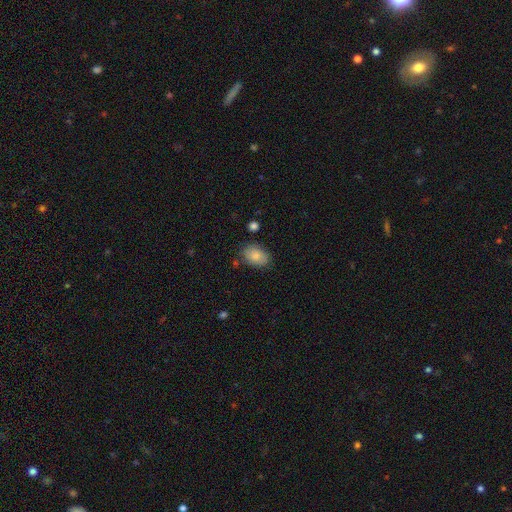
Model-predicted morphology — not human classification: smooth-or-featured: smooth: 82% | featured or disk: 11% | star or artifact: 7%
  how-rounded: in between: 84% | round: 15% | cigar-shaped: 1%
  merging: none: 77% | minor disturbance: 16% | major disturbance: 4% | merger: 3%